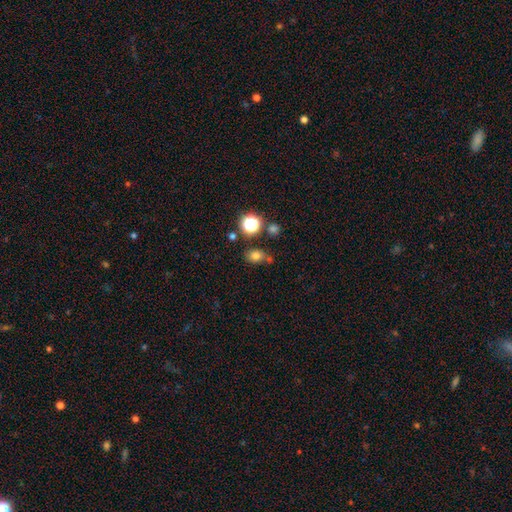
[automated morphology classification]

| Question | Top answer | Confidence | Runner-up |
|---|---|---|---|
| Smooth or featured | smooth | 74% | star or artifact (18%) |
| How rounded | in between | 57% | round (42%) |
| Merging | none | 69% | minor disturbance (15%) |